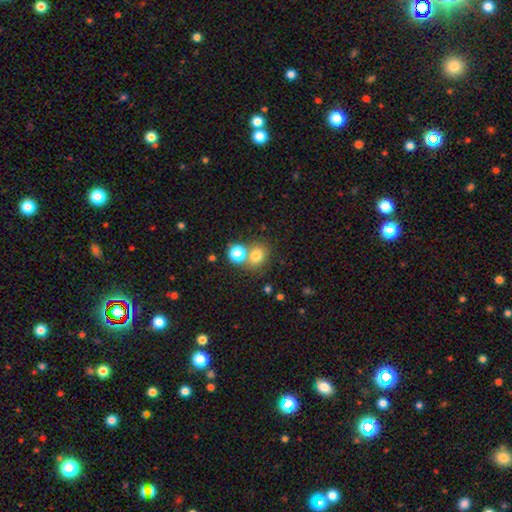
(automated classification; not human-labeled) The model was most divided on "merging": none: 53%, merger: 34%, minor disturbance: 9%, major disturbance: 4%. More confident: smooth or featured — smooth (75%); how rounded — round (68%).